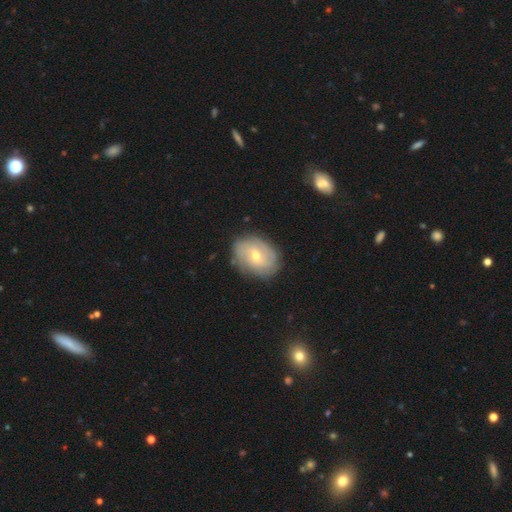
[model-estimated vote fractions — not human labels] A featured or disk galaxy (66%) with no bar (55%), tight (63%) spiral arms (82%) and a moderate central bulge (51%).

Vote fractions:
- Smooth or featured? featured or disk: 66% / smooth: 28% / star or artifact: 7%
- Edge-on disk? no: 96% / yes: 4%
- Bar? no: 55% / weak: 39% / strong: 7%
- Spiral arms? yes: 82% / no: 18%
- Spiral winding? tight: 63% / medium: 27% / loose: 10%
- Spiral arm count? can't tell: 45% / 2: 26% / 3: 13% / 4: 8% / 1: 4% / more than 4: 4%
- Bulge size? moderate: 51% / small: 45% / large: 2% / none: 1% / dominant: 1%
- Merging? none: 80% / minor disturbance: 14% / major disturbance: 4% / merger: 1%